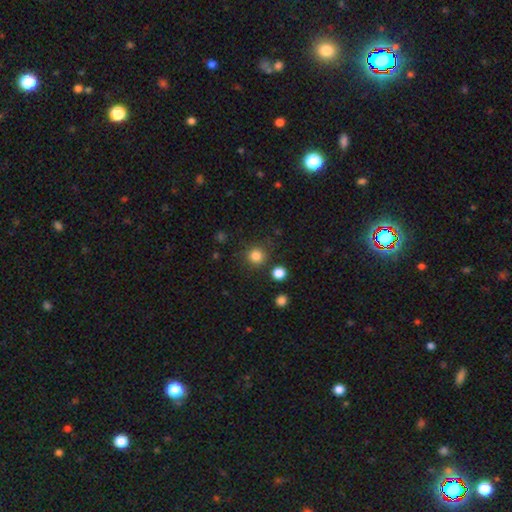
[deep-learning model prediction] Overall: smooth (83%). How rounded: round (93%). Merging: none (83%).